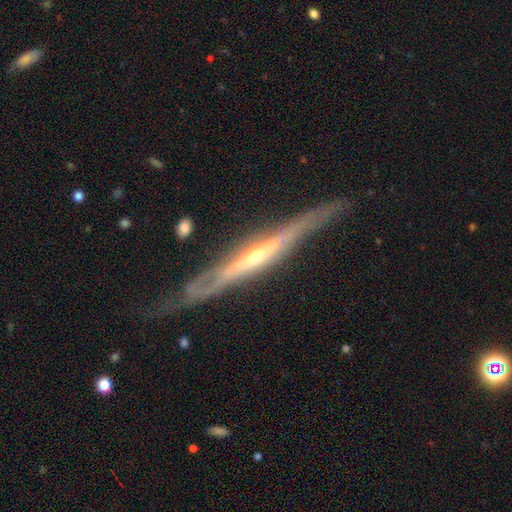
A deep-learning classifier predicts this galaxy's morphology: A featured or disk galaxy (83%) viewed edge-on (86%) with a rounded central bulge (71%). Merging: none (71%).